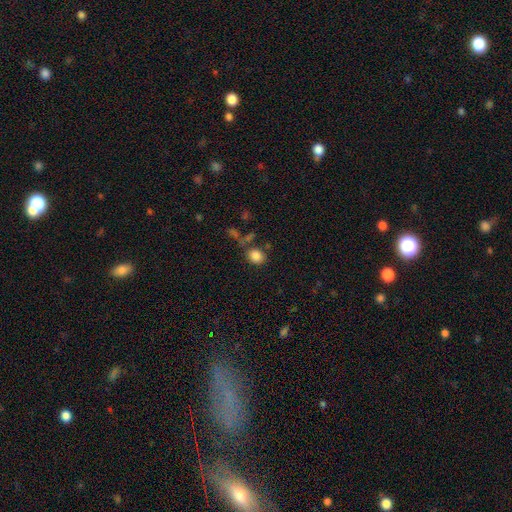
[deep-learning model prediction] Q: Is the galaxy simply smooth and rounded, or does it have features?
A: smooth — 85%.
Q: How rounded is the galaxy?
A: round — 59%.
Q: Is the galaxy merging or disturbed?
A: none — 71%.